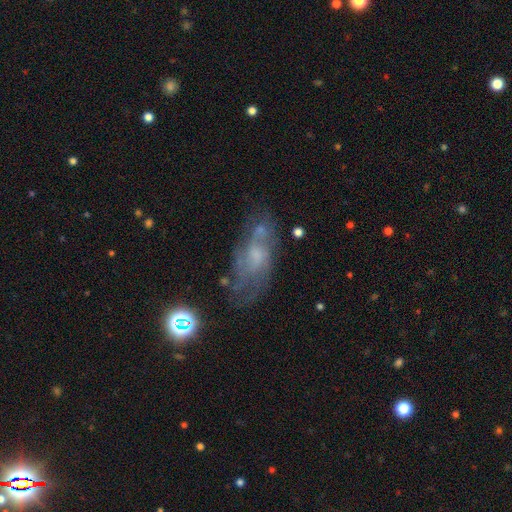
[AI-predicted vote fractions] smooth_or_featured: featured or disk (p=0.60) [alt: smooth p=0.26]
disk_edge_on: no (p=0.91) [alt: yes p=0.09]
bar: no (p=0.67) [alt: weak p=0.29]
has_spiral_arms: yes (p=0.69) [alt: no p=0.31]
bulge_size: small (p=0.37) [alt: none p=0.29]
merging: none (p=0.57) [alt: minor disturbance p=0.22]